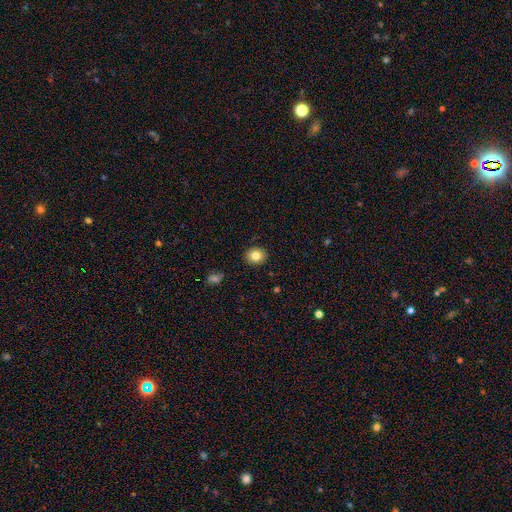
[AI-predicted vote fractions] smooth-or-featured: smooth: 83% | star or artifact: 10% | featured or disk: 7%
  how-rounded: round: 78% | in between: 21% | cigar-shaped: 1%
  merging: none: 91% | minor disturbance: 7% | major disturbance: 2% | merger: 1%